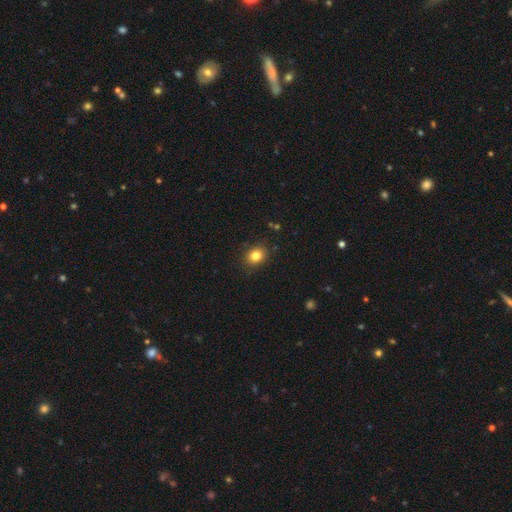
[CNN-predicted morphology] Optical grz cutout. It shows a smooth galaxy with no disk features (83%) that is round (58%). Merging: none (87%).